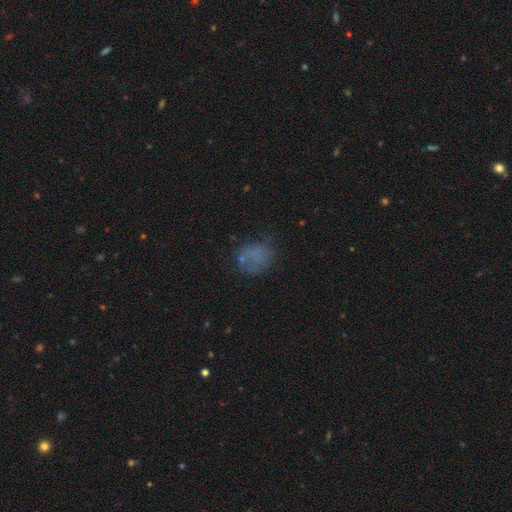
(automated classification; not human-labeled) smooth 60%, featured or disk 22%, star or artifact 18%. Down the decision tree: how rounded — round (55%); merging — none (53%).